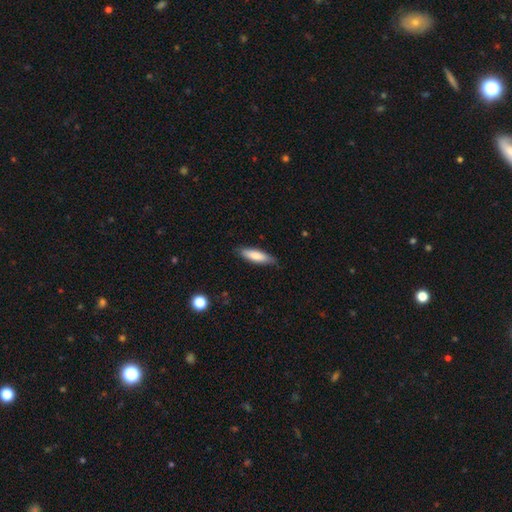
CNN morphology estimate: smooth 80%, featured or disk 14%, star or artifact 6%. Down the decision tree: how rounded — cigar-shaped (59%); merging — none (81%).